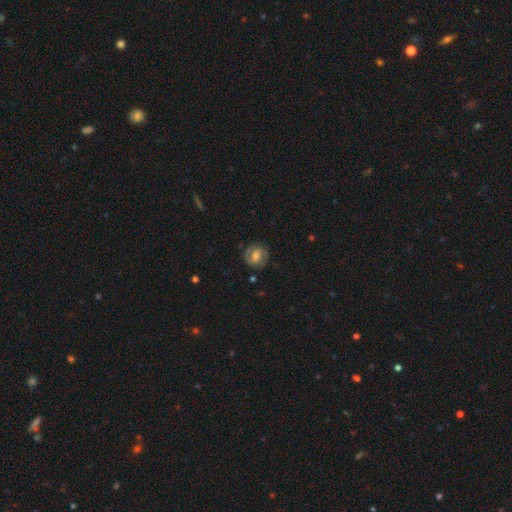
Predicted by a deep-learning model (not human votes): Smooth or featured: featured or disk — 54% (smooth — 37%)
Edge-on disk: no — 97% (yes — 3%)
Bar: no — 43% (weak — 42%)
Spiral arms: yes — 79% (no — 21%)
Bulge size: moderate — 62% (small — 22%)
Merging: none — 79% (minor disturbance — 15%)